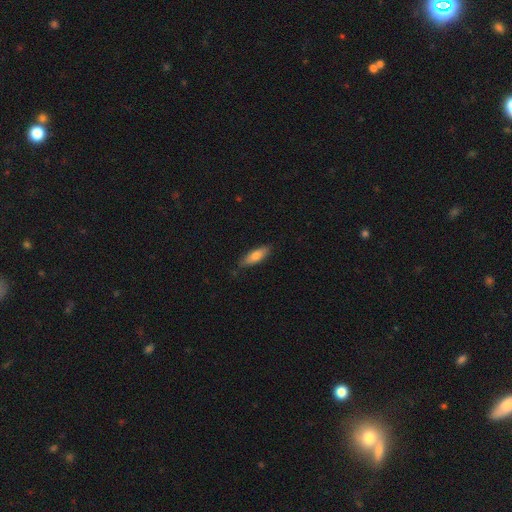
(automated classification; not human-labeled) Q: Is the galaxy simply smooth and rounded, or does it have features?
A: smooth — 77%.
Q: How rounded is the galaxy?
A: in between — 56%.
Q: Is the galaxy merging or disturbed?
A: none — 79%.